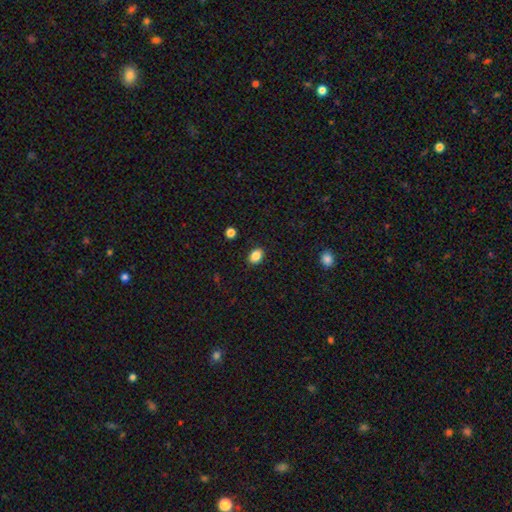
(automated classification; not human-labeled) Smooth or featured? Predicted: smooth (p=0.86). How rounded? Predicted: in between (p=0.70). Merging? Predicted: none (p=0.88).